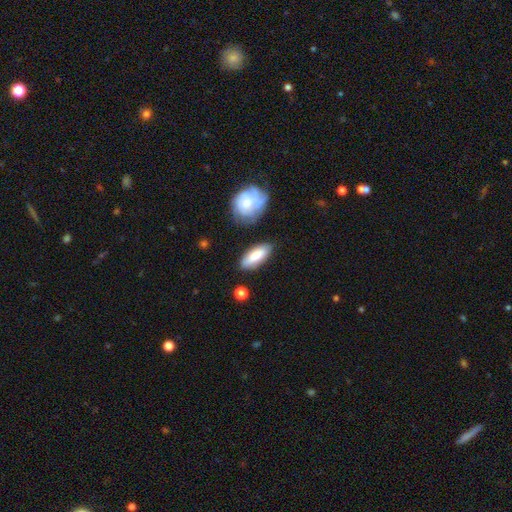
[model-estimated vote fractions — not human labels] This is clearly a smooth galaxy (81%). How rounded: likely in between (77%). Merging: likely none (80%).